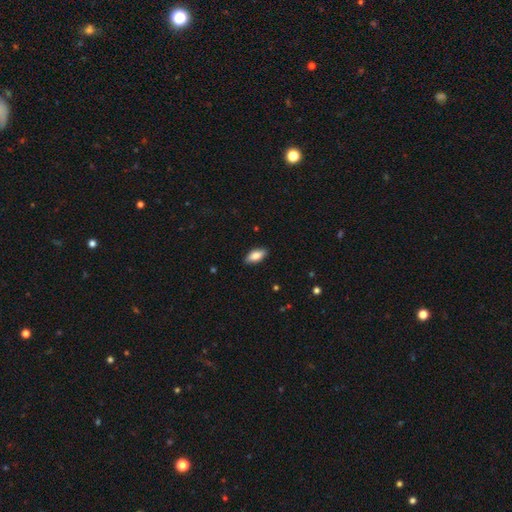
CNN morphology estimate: The model was most divided on "smooth or featured": smooth: 83%, featured or disk: 11%, star or artifact: 6%. More confident: how rounded — in between (88%); merging — none (87%).